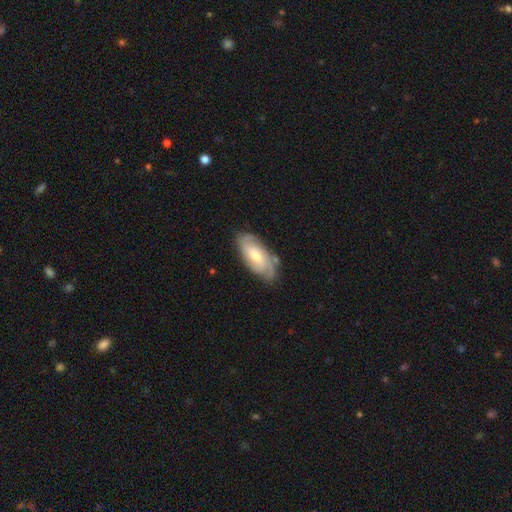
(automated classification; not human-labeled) smooth-or-featured: featured or disk: 69% | smooth: 25% | star or artifact: 6%
  disk-edge-on: no: 92% | yes: 8%
    bar: no: 51% | weak: 40% | strong: 9%
    has-spiral-arms: yes: 91% | no: 9%
      spiral-winding: tight: 53% | medium: 36% | loose: 11%
      spiral-arm-count: 2: 36% | can't tell: 31% | 3: 19% | 4: 7% | 1: 4% | more than 4: 3%
    bulge-size: moderate: 53% | small: 39% | large: 4% | none: 2% | dominant: 1%
  merging: none: 74% | minor disturbance: 19% | major disturbance: 5% | merger: 2%